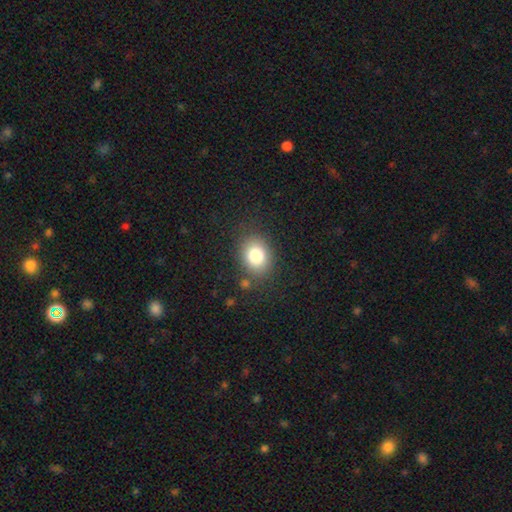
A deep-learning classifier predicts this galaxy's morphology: This is clearly a smooth galaxy (80%). How rounded: possibly in between (50%). Merging: clearly none (82%).